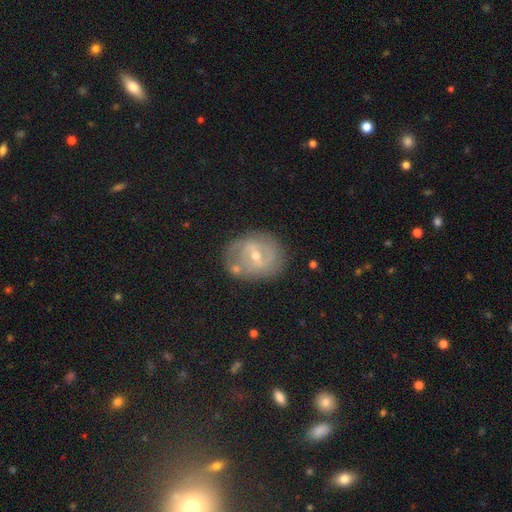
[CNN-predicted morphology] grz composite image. It shows a featured or disk galaxy (75%) with a weak bar (54%), 2 (62%) tight (47%) spiral arms (81%) and a small central bulge (54%). Merging: none (73%).